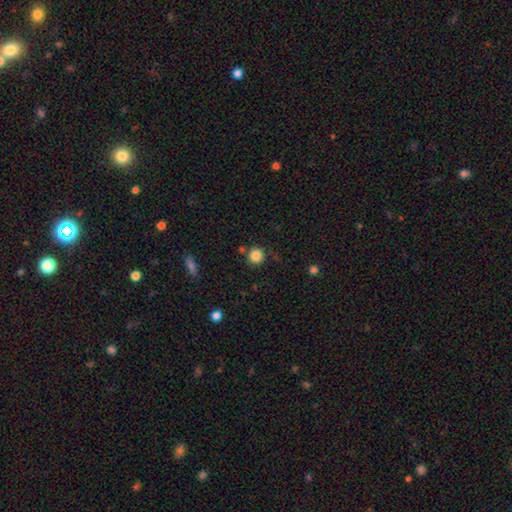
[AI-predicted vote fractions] Smooth or featured: smooth — 85% (star or artifact — 10%)
How rounded: round — 93% (in between — 6%)
Merging: none — 81% (minor disturbance — 9%)